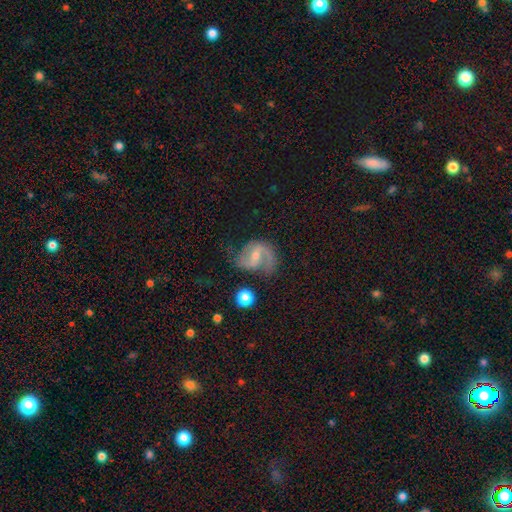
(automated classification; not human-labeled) A featured or disk galaxy (83%) with a weak bar (47%), 2 (82%) medium (50%) spiral arms (95%) and a small central bulge (50%). Merging: none (62%).